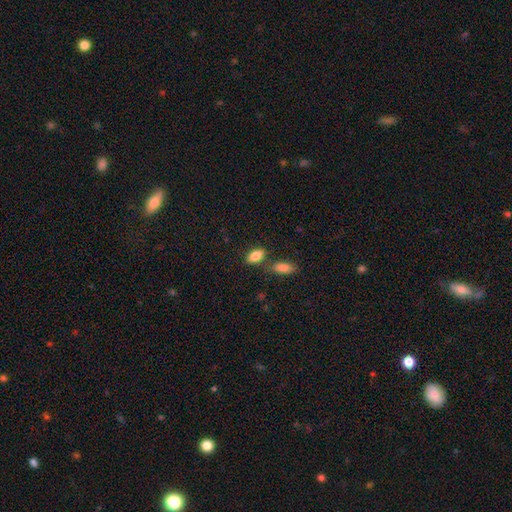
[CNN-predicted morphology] A smooth galaxy with no disk features (85%) that is in between round and cigar-shaped (89%).

Vote fractions:
- Smooth or featured? smooth: 85% / featured or disk: 8% / star or artifact: 8%
- How rounded? in between: 89% / cigar-shaped: 7% / round: 5%
- Merging? none: 68% / merger: 16% / minor disturbance: 13% / major disturbance: 4%